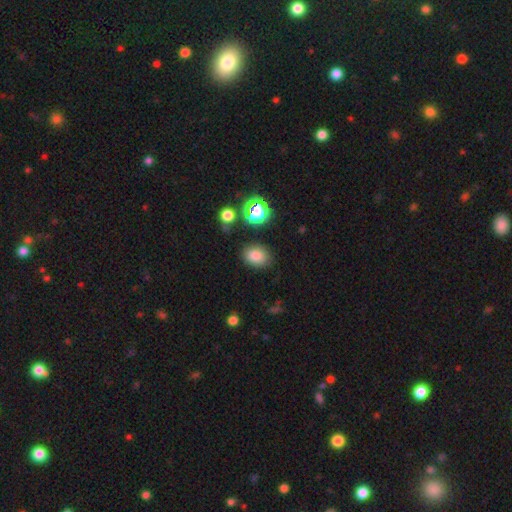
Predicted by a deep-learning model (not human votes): A smooth galaxy with no disk features (82%) that is in between round and cigar-shaped (65%). Merging: none (81%).